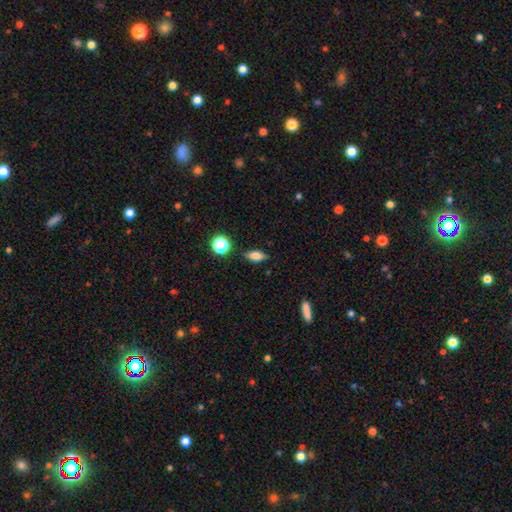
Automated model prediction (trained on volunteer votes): Smooth or featured: smooth — 78% (featured or disk — 12%)
How rounded: in between — 78% (cigar-shaped — 11%)
Merging: none — 84% (minor disturbance — 11%)